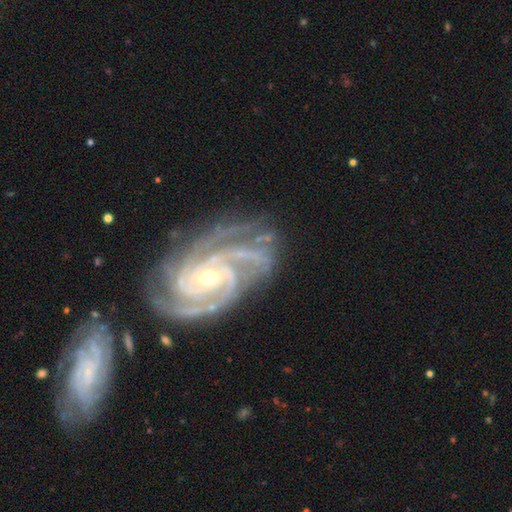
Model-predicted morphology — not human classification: A featured or disk galaxy (90%) with a weak bar (38%), 3 (35%) tight (59%) spiral arms (98%) and a small central bulge (63%). Merging: none (59%).